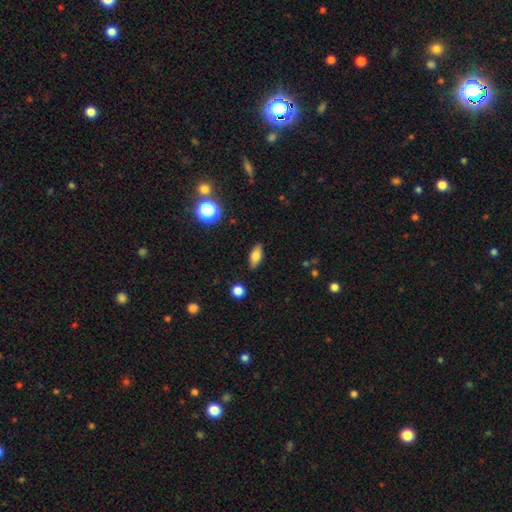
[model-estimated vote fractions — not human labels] smooth-or-featured: smooth: 78% | featured or disk: 13% | star or artifact: 9%
  how-rounded: in between: 80% | cigar-shaped: 15% | round: 5%
  merging: none: 87% | minor disturbance: 9% | major disturbance: 2% | merger: 1%